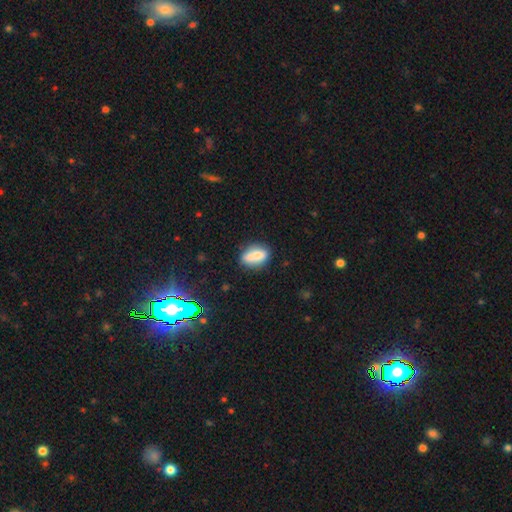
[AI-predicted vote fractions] Q: Smooth or featured?
A: smooth (78%); runner-up: featured or disk (14%)
Q: How rounded?
A: in between (80%); runner-up: round (10%)
Q: Merging?
A: none (72%); runner-up: minor disturbance (19%)